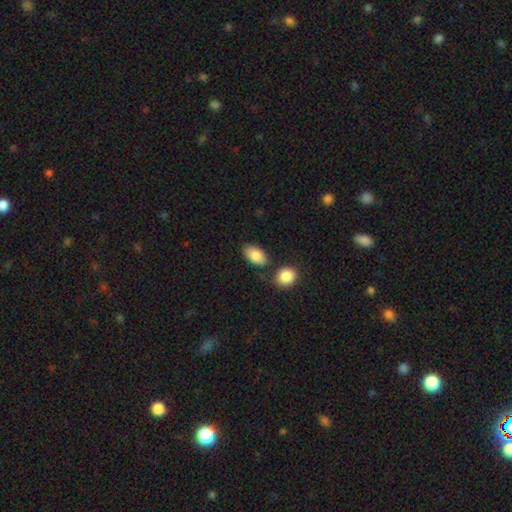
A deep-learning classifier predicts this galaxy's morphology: Overall: smooth (86%). How rounded: in between (92%). Merging: none (71%).